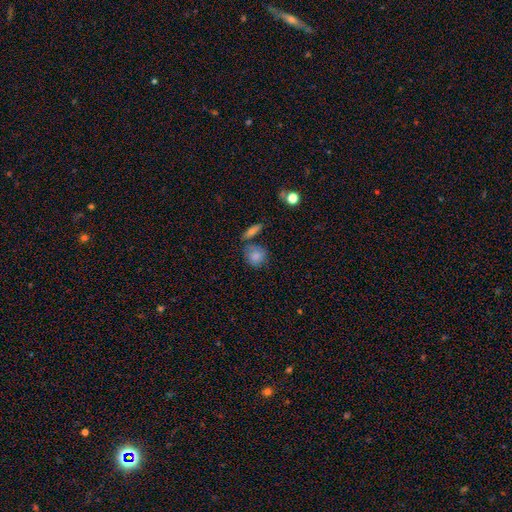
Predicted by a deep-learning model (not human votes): Q: Smooth or featured?
A: smooth (81%); runner-up: featured or disk (11%)
Q: How rounded?
A: round (71%); runner-up: in between (26%)
Q: Merging?
A: none (59%); runner-up: minor disturbance (20%)